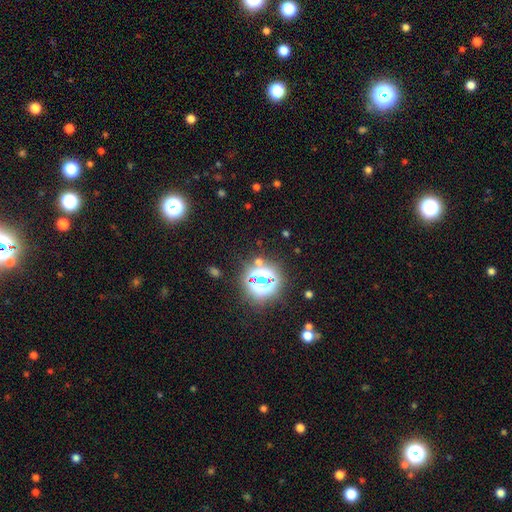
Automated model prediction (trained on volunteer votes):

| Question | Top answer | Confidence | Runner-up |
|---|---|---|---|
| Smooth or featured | star or artifact | 78% | smooth (16%) |